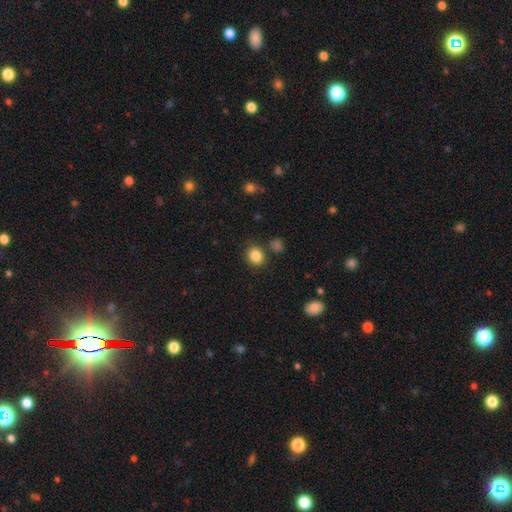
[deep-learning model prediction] The model was most divided on "how rounded": round: 64%, in between: 35%, cigar-shaped: 1%. More confident: smooth or featured — smooth (85%); merging — none (81%).